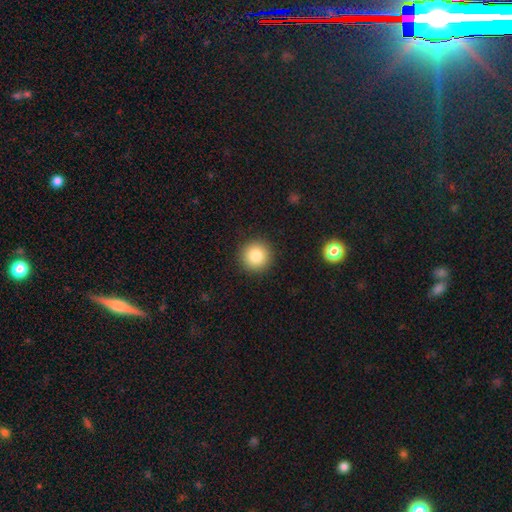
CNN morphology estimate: Smooth or featured? smooth (84%)
How rounded? round (95%)
Merging? none (92%)